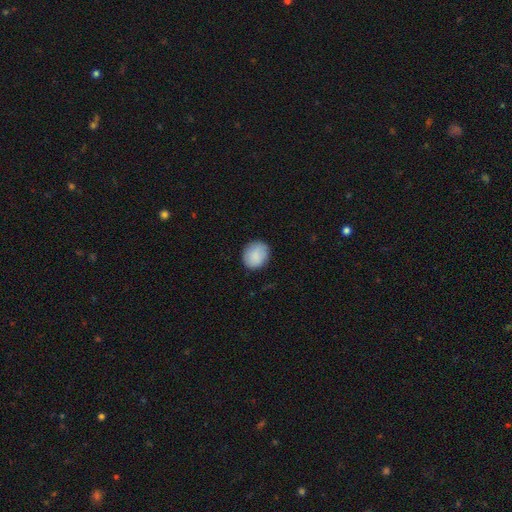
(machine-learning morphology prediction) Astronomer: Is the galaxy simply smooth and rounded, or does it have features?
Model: smooth — 87%.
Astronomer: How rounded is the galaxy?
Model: round — 71%.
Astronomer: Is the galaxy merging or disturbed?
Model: none — 85%.